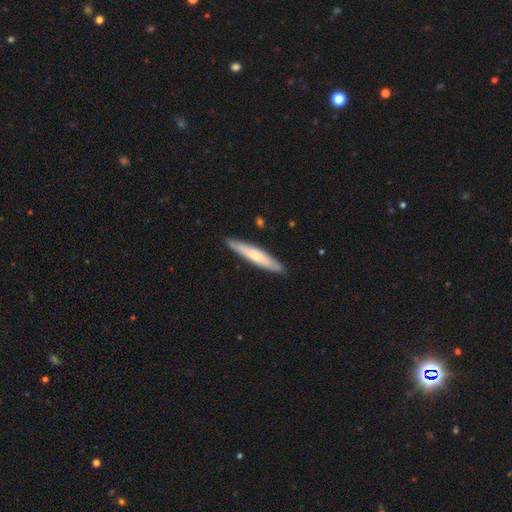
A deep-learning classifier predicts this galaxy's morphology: smooth_or_featured: smooth (p=0.54) [alt: featured or disk p=0.41]
how_rounded: cigar-shaped (p=0.90) [alt: in between p=0.08]
merging: none (p=0.88) [alt: minor disturbance p=0.09]